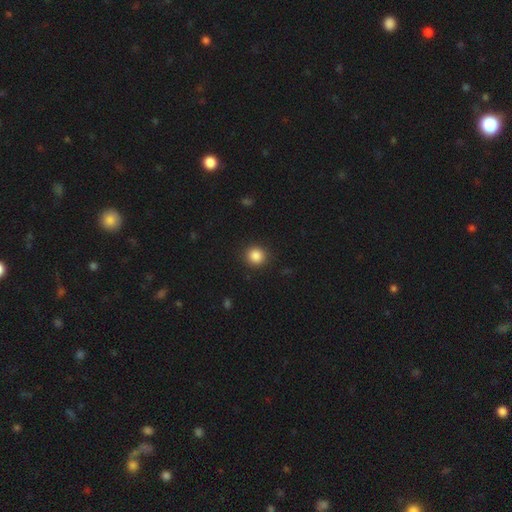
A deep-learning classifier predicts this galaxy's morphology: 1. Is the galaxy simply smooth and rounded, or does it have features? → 86% smooth, 10% star or artifact, 4% featured or disk.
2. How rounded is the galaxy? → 91% round, 8% in between, 1% cigar-shaped.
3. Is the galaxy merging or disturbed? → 91% none, 6% minor disturbance, 2% major disturbance, 1% merger.